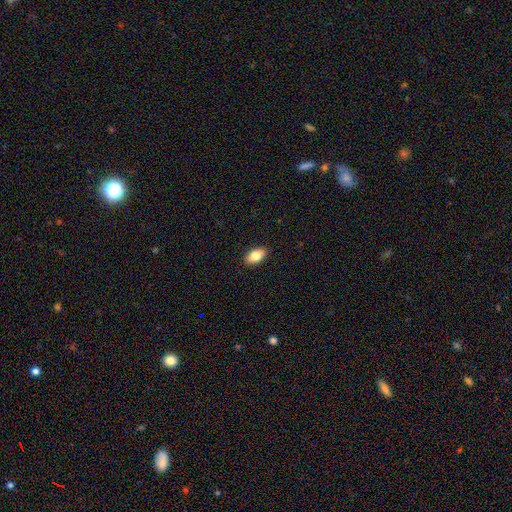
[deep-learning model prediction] Q: Smooth or featured?
A: smooth (83%); runner-up: featured or disk (10%)
Q: How rounded?
A: in between (92%); runner-up: round (5%)
Q: Merging?
A: none (90%); runner-up: minor disturbance (8%)